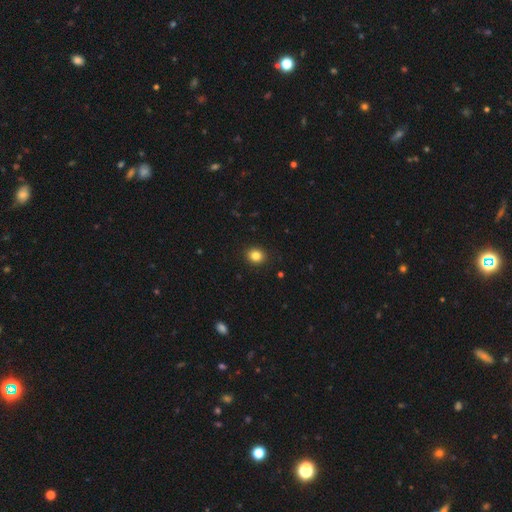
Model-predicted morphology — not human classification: Smooth or featured? Predicted: smooth (p=0.84). How rounded? Predicted: round (p=0.72). Merging? Predicted: none (p=0.91).